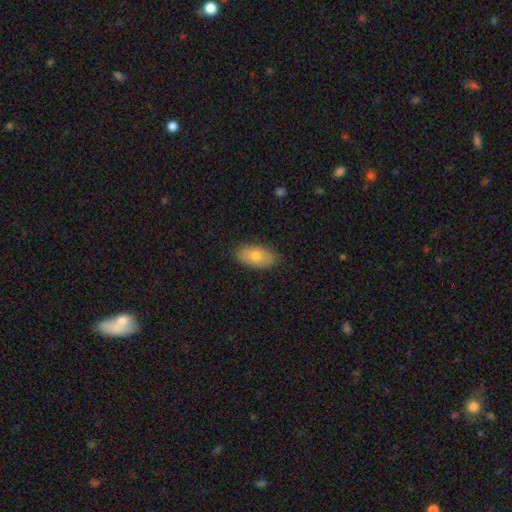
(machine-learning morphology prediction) Overall: smooth (72%). How rounded: in between (91%). Merging: none (85%).